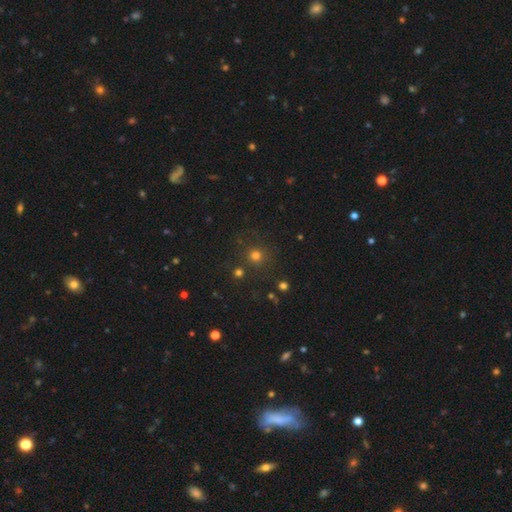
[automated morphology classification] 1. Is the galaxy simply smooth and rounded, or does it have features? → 72% smooth, 22% star or artifact, 6% featured or disk.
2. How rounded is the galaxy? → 93% round, 6% in between, 1% cigar-shaped.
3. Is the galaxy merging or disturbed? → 83% none, 8% minor disturbance, 5% merger, 4% major disturbance.